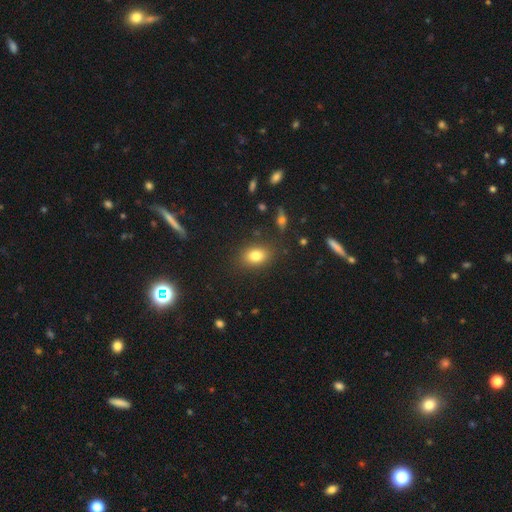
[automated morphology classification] Smooth or featured: smooth — 80% (star or artifact — 11%)
How rounded: in between — 74% (round — 24%)
Merging: none — 84% (minor disturbance — 11%)